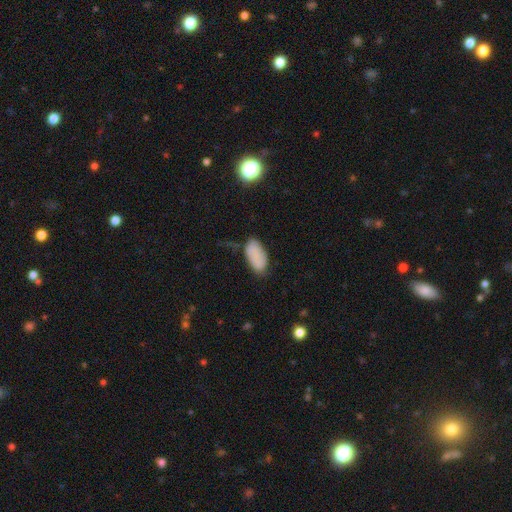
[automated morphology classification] Smooth or featured? Predicted: smooth (p=0.83). How rounded? Predicted: in between (p=0.93). Merging? Predicted: none (p=0.66).